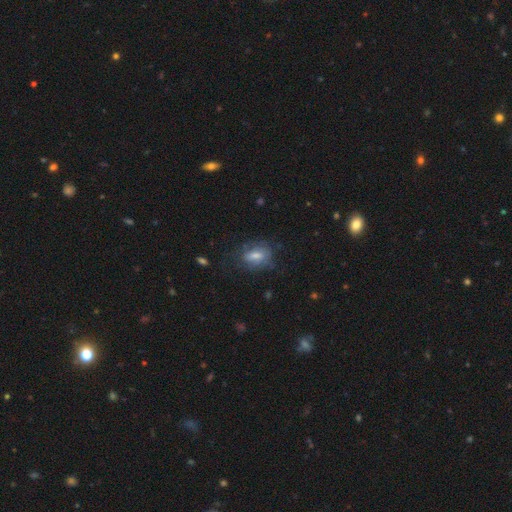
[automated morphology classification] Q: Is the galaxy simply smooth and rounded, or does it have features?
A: smooth — 56%.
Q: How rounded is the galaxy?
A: in between — 75%.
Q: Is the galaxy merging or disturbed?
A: none — 63%.